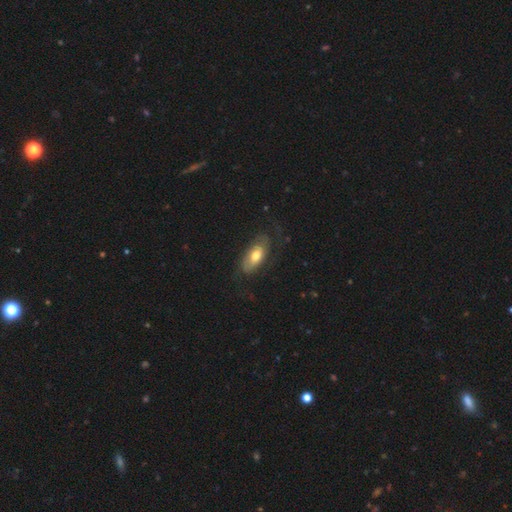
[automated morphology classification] smooth_or_featured: smooth (p=0.51) [alt: featured or disk p=0.42]
how_rounded: in between (p=0.87) [alt: cigar-shaped p=0.09]
merging: none (p=0.62) [alt: minor disturbance p=0.22]